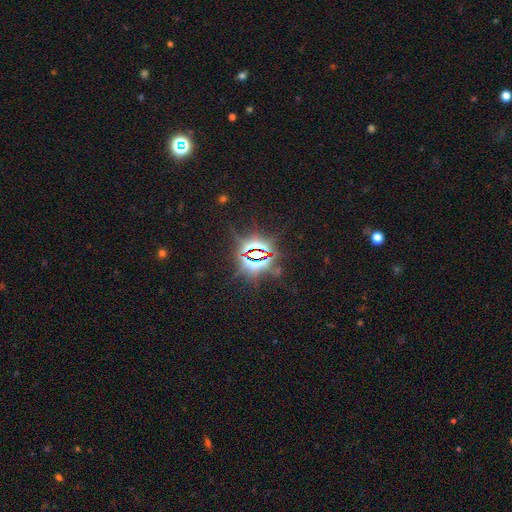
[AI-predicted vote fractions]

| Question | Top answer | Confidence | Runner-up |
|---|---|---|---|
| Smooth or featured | star or artifact | 85% | smooth (8%) |